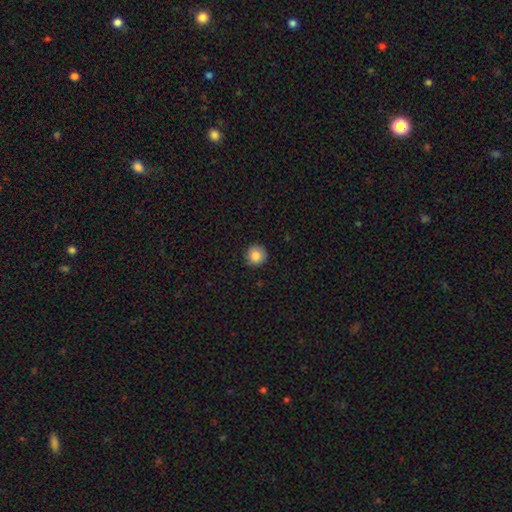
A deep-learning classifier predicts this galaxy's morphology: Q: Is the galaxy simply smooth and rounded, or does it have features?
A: smooth — 85%.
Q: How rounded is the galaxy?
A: round — 94%.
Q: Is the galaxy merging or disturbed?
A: none — 89%.